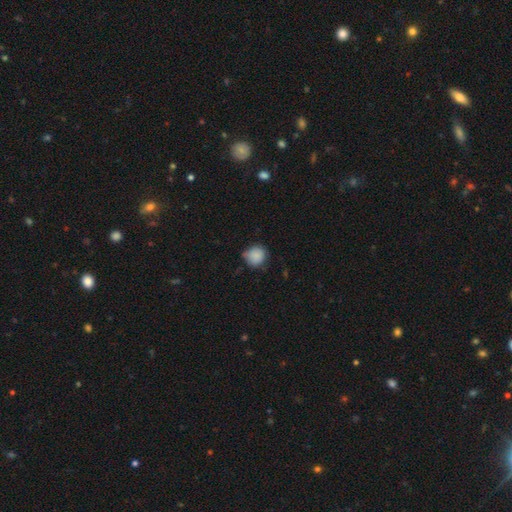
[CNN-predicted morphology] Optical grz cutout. It shows a smooth galaxy with no disk features (87%) that is round (85%). Merging: none (63%).